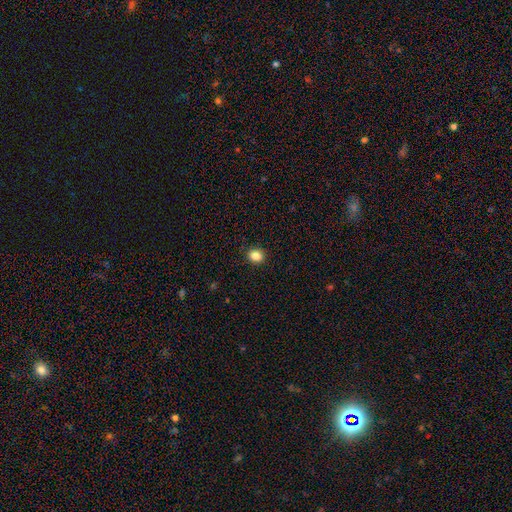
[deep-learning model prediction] This appears to be a smooth galaxy with no disk features (85%) that is round (78%). Merging: none (91%).